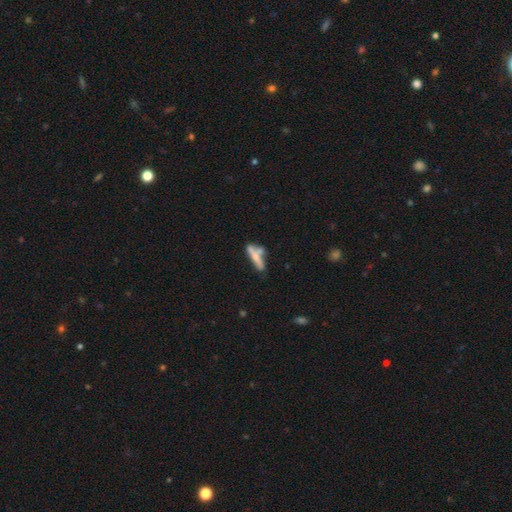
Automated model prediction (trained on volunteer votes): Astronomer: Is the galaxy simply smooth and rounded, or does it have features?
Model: smooth — 54% (runner-up: featured or disk, 38%).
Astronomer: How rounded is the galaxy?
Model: cigar-shaped — 77%.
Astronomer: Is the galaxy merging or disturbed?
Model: none — 42% (runner-up: merger, 32%).